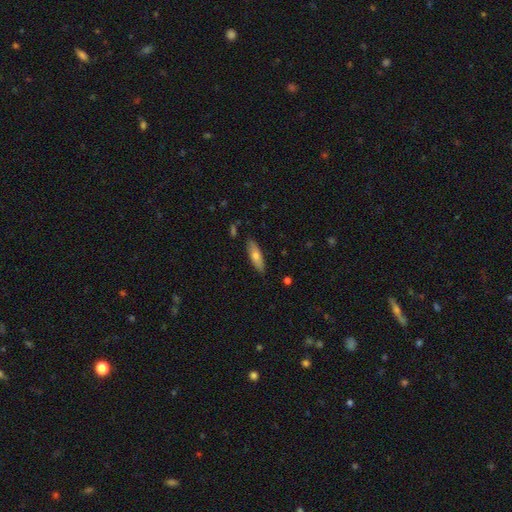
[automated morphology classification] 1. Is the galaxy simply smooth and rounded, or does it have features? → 64% smooth, 30% featured or disk, 6% star or artifact.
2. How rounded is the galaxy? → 55% cigar-shaped, 43% in between, 2% round.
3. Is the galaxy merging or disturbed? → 85% none, 11% minor disturbance, 2% major disturbance, 2% merger.